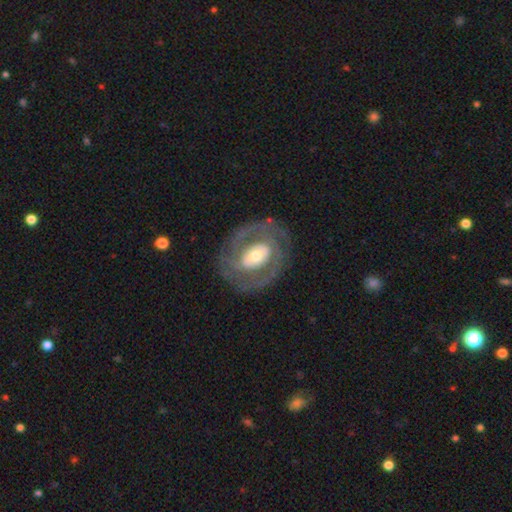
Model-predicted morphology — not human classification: This is likely a featured or disk galaxy (80%). It is clearly not viewed edge-on (96%). Bar: possibly no (46%). Spiral arm pattern: likely yes (78%). Spiral arm count: likely 2 (68%). Spiral winding: possibly tight (54%). Central bulge: possibly moderate (54%). Merging: likely none (79%).